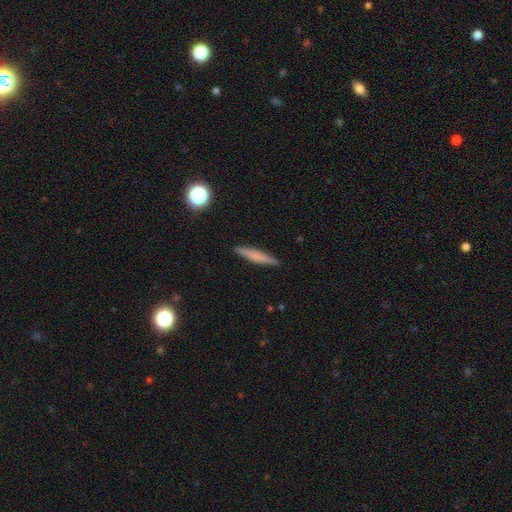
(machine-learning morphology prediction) This appears to be a smooth galaxy with no disk features (62%) that is cigar-shaped (93%). Merging: none (90%).